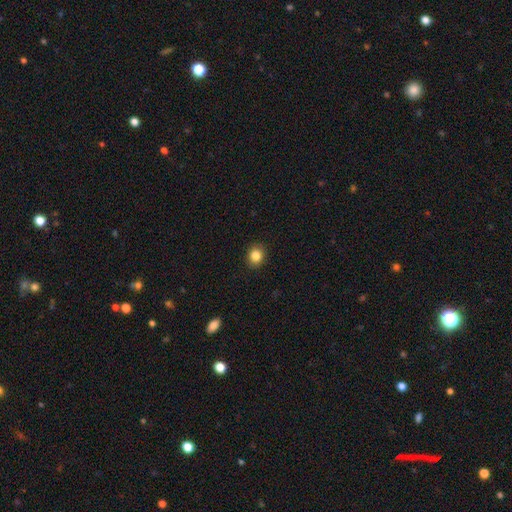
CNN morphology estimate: Overall: smooth (84%). How rounded: round (76%). Merging: none (90%).